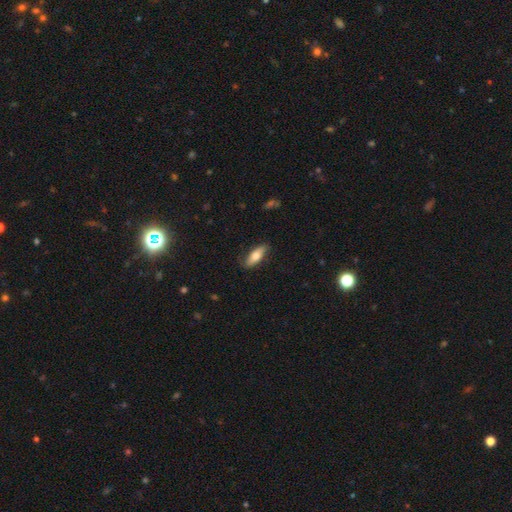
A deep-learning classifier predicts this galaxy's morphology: Smooth or featured? Predicted: smooth (p=0.66). How rounded? Predicted: in between (p=0.64). Merging? Predicted: none (p=0.76).